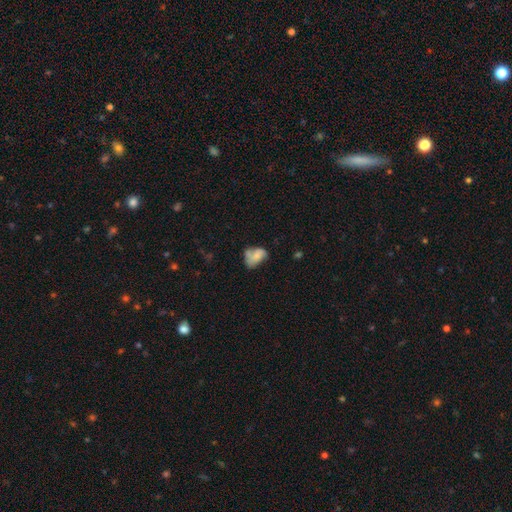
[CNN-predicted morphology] Smooth or featured? Predicted: smooth (p=0.61). How rounded? Predicted: in between (p=0.81). Merging? Predicted: none (p=0.31).